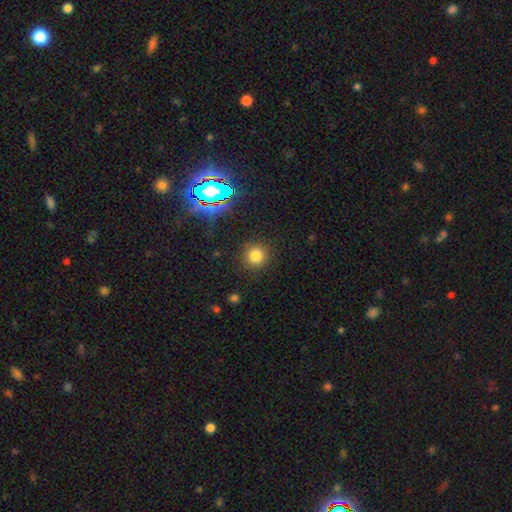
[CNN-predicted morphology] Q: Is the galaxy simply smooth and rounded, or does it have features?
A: smooth — 77%.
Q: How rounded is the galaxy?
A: round — 93%.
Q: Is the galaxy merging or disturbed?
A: none — 88%.